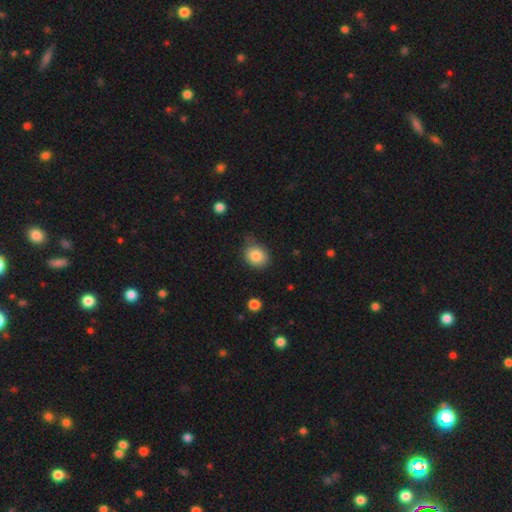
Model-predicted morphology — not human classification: Q: Smooth or featured?
A: smooth (84%); runner-up: star or artifact (9%)
Q: How rounded?
A: round (58%); runner-up: in between (41%)
Q: Merging?
A: none (69%); runner-up: minor disturbance (24%)